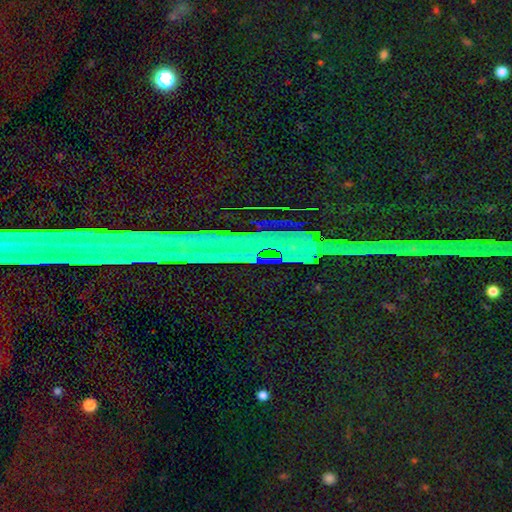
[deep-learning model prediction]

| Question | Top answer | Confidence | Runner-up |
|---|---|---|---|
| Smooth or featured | star or artifact | 80% | featured or disk (11%) |